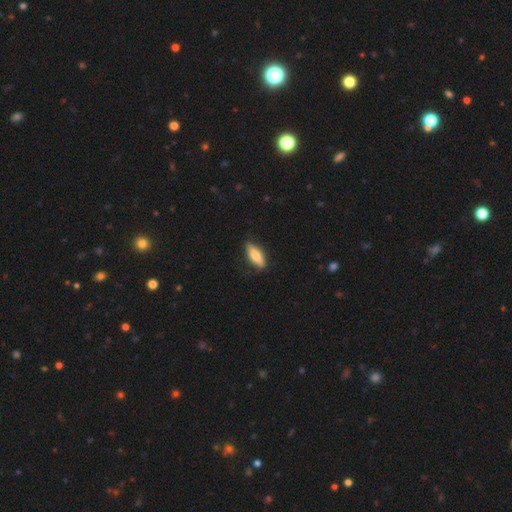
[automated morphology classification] Q: Smooth or featured?
A: smooth (75%); runner-up: featured or disk (20%)
Q: How rounded?
A: in between (64%); runner-up: cigar-shaped (34%)
Q: Merging?
A: none (81%); runner-up: minor disturbance (15%)